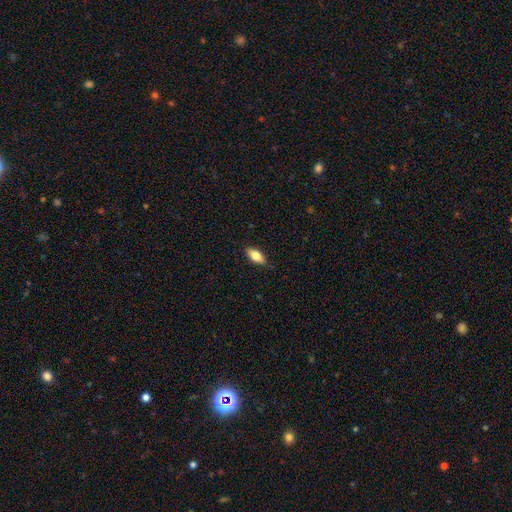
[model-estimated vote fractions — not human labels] This is likely a smooth galaxy (76%). How rounded: clearly in between (83%). Merging: clearly none (83%).